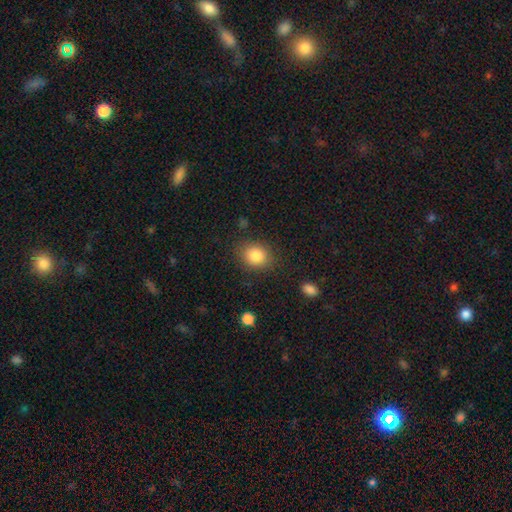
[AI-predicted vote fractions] Overall: smooth (84%). How rounded: round (54%; in between 45%). Merging: none (84%).